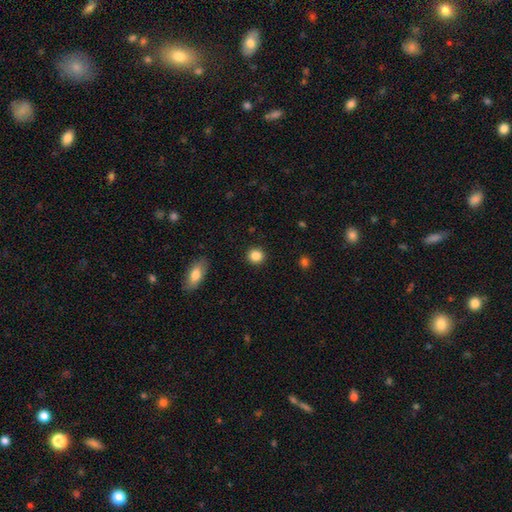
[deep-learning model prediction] smooth 85%, star or artifact 10%, featured or disk 5%. Down the decision tree: how rounded — round (91%); merging — none (91%).